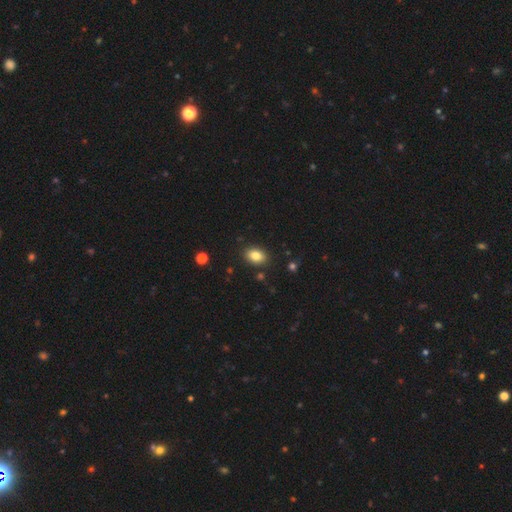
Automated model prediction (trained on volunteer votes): Smooth or featured?
  - smooth: 83% *
  - star or artifact: 9%
  - featured or disk: 8%
How rounded?
  - in between: 82% *
  - round: 17%
  - cigar-shaped: 1%
Merging?
  - none: 87% *
  - minor disturbance: 9%
  - major disturbance: 2%
  - merger: 2%